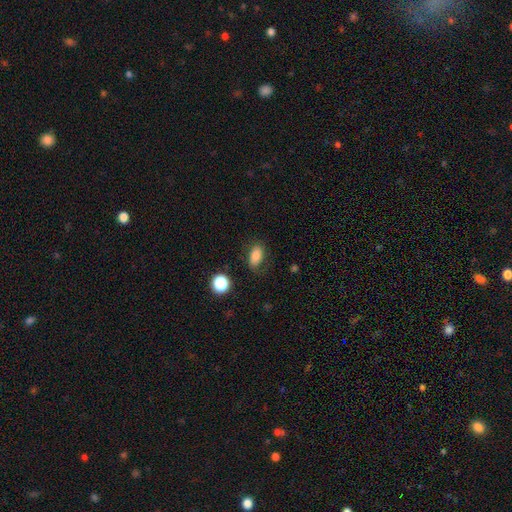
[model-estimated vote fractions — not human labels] Smooth or featured? smooth (81%)
How rounded? in between (87%)
Merging? none (78%)